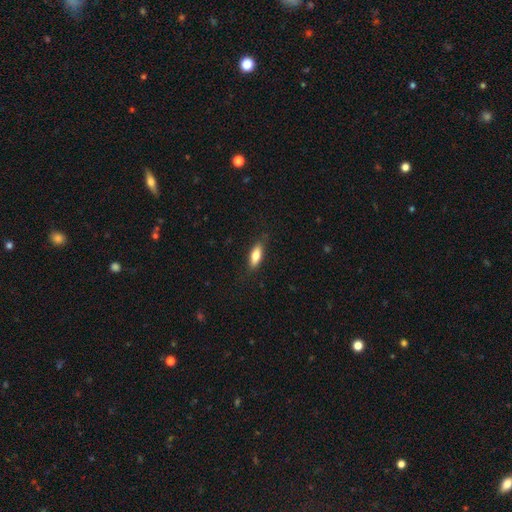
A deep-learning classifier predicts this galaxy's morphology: Q: Smooth or featured?
A: smooth (75%); runner-up: featured or disk (19%)
Q: How rounded?
A: in between (63%); runner-up: cigar-shaped (34%)
Q: Merging?
A: none (84%); runner-up: minor disturbance (12%)